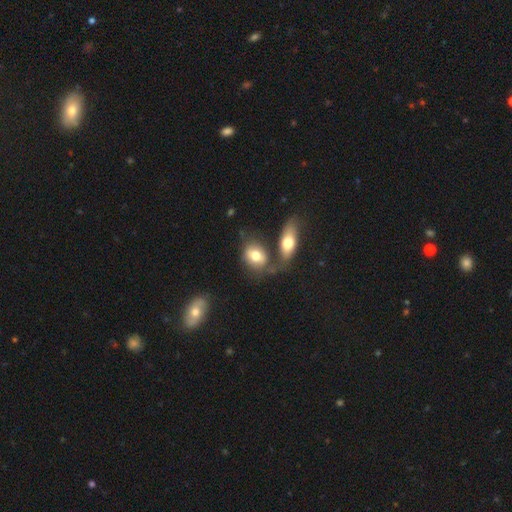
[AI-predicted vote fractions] Smooth or featured: smooth — 68% (featured or disk — 24%)
How rounded: in between — 70% (round — 28%)
Merging: none — 38% (merger — 37%)